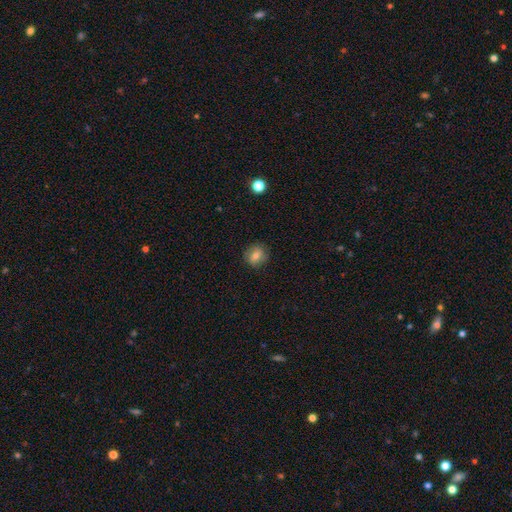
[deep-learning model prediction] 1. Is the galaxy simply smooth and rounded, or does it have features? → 72% smooth, 18% featured or disk, 10% star or artifact.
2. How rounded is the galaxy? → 81% round, 18% in between, 1% cigar-shaped.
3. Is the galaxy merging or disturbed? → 85% none, 11% minor disturbance, 3% major disturbance, 1% merger.